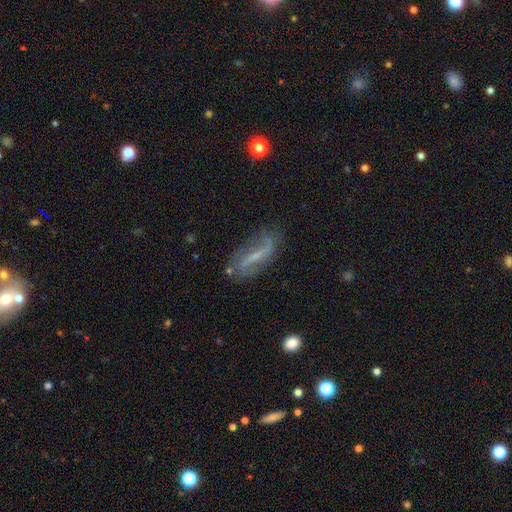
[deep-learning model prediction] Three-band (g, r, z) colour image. It shows a featured or disk galaxy (72%) with a strong bar (47%), 2 (83%) loose (68%) spiral arms (83%) and a small central bulge (41%). Merging: none (68%).